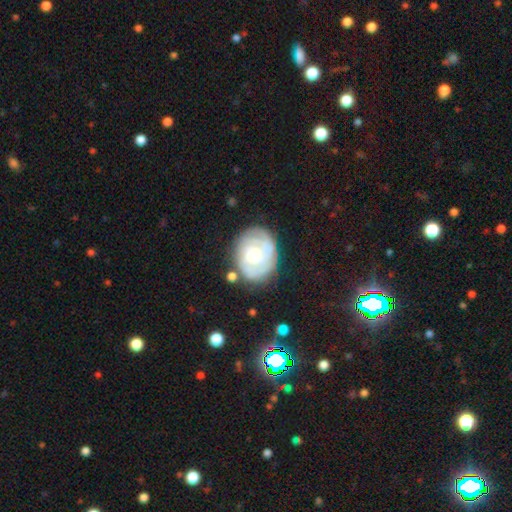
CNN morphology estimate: Overall: featured or disk (75%). Edge-on disk: no (97%). Bar: no (70%). Spiral arms: yes (91%). Spiral arm count: can't tell (37%; 2 27%). Spiral winding: tight (71%). Bulge size: moderate (54%; small 37%). Merging: none (74%).